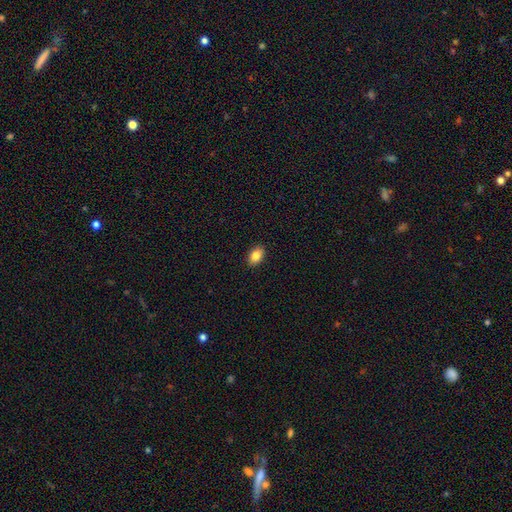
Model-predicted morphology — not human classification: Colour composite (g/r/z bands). It shows a smooth galaxy with no disk features (85%) that is in between round and cigar-shaped (89%). Merging: none (90%).